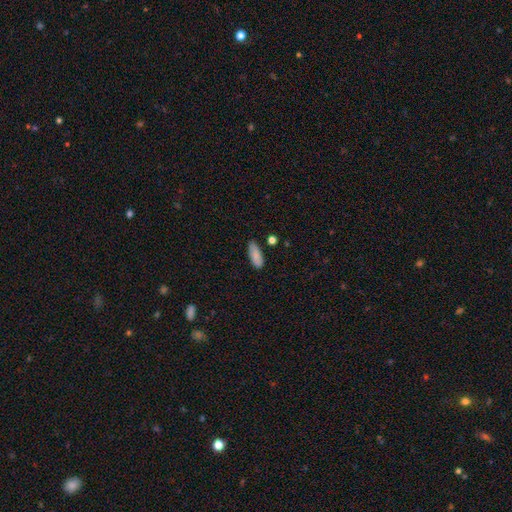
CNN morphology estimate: A smooth galaxy with no disk features (84%) that is in between round and cigar-shaped (76%).

Vote fractions:
- Smooth or featured? smooth: 84% / featured or disk: 9% / star or artifact: 7%
- How rounded? in between: 76% / cigar-shaped: 22% / round: 2%
- Merging? none: 78% / minor disturbance: 16% / major disturbance: 3% / merger: 3%